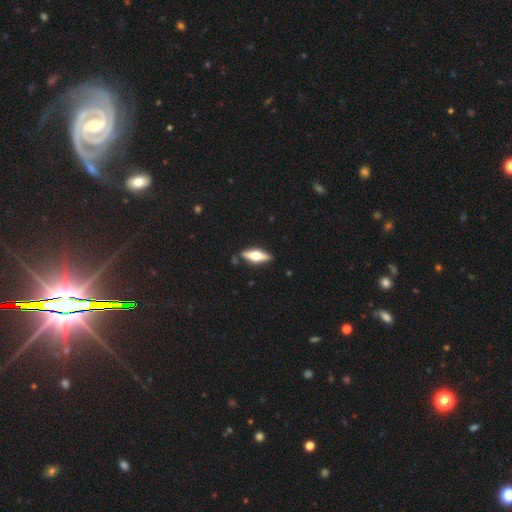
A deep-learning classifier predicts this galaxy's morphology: This appears to be a featured or disk galaxy (59%) viewed edge-on (93%) with a rounded central bulge (94%). Merging: none (87%).